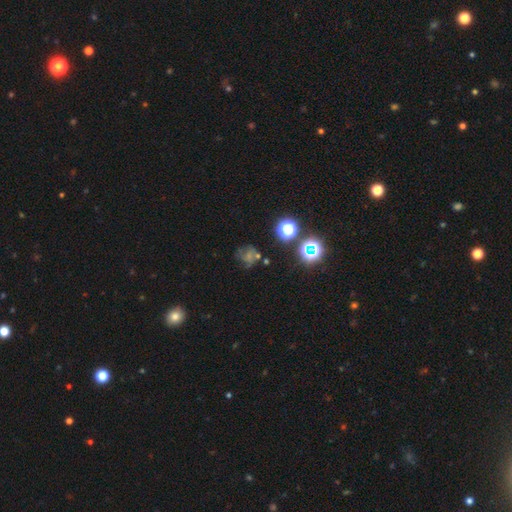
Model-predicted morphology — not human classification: Smooth or featured? star or artifact (41%)